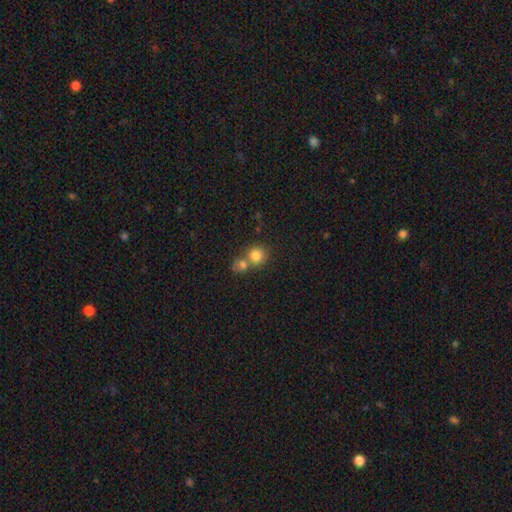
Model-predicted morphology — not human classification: smooth-or-featured: smooth: 80% | star or artifact: 11% | featured or disk: 8%
  how-rounded: round: 87% | in between: 12% | cigar-shaped: 1%
  merging: merger: 47% | none: 44% | minor disturbance: 6% | major disturbance: 3%